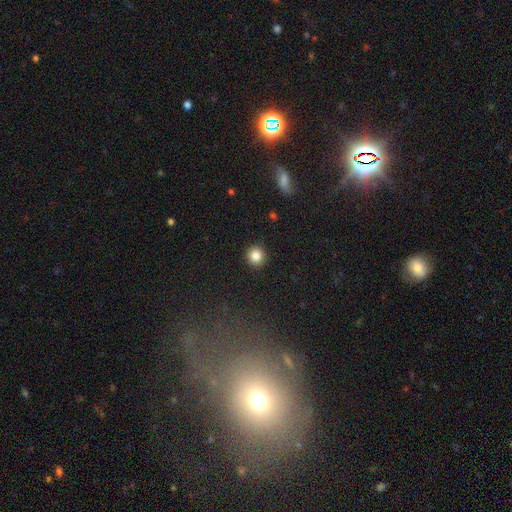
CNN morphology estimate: Overall: smooth (85%). How rounded: round (93%). Merging: none (92%).